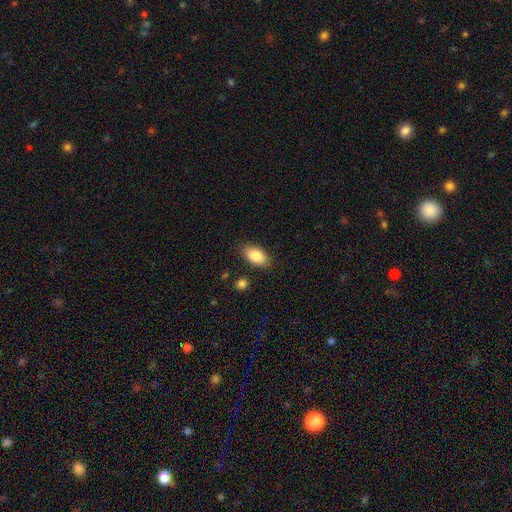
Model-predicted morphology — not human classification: A smooth galaxy with no disk features (86%) that is in between round and cigar-shaped (93%).

Vote fractions:
- Smooth or featured? smooth: 86% / featured or disk: 7% / star or artifact: 7%
- How rounded? in between: 93% / round: 4% / cigar-shaped: 3%
- Merging? none: 85% / minor disturbance: 10% / major disturbance: 3% / merger: 2%